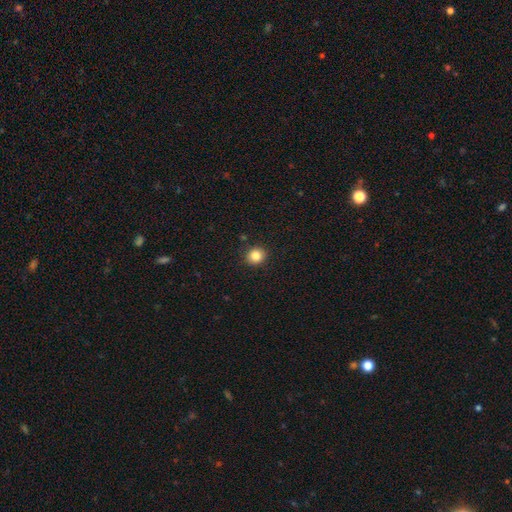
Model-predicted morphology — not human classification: Smooth or featured? Predicted: smooth (p=0.84). How rounded? Predicted: round (p=0.88). Merging? Predicted: none (p=0.91).